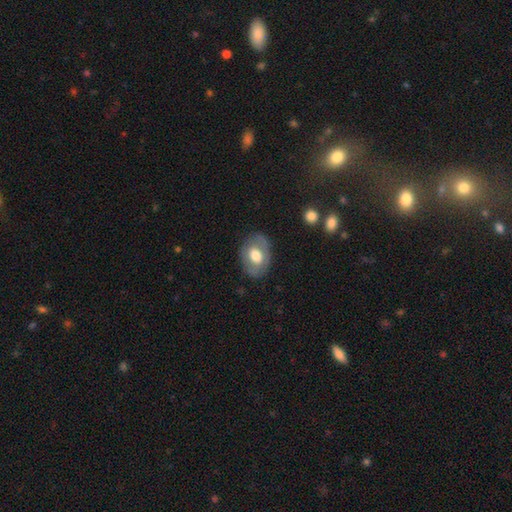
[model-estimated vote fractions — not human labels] This is possibly a smooth galaxy (58%). How rounded: likely in between (78%). Merging: likely none (78%).